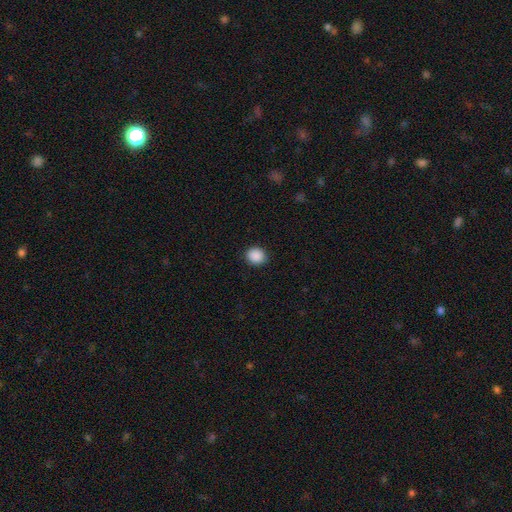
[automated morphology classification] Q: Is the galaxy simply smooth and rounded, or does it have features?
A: smooth — 89%.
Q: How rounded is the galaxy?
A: round — 79%.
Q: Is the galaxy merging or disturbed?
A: none — 90%.